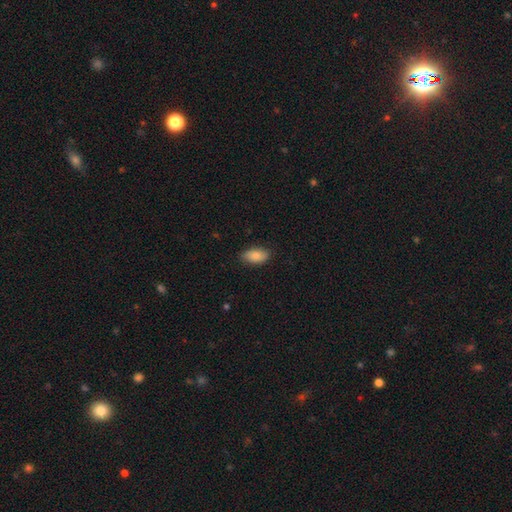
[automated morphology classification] A smooth galaxy with no disk features (85%) that is in between round and cigar-shaped (93%).

Vote fractions:
- Smooth or featured? smooth: 85% / featured or disk: 8% / star or artifact: 7%
- How rounded? in between: 93% / round: 4% / cigar-shaped: 3%
- Merging? none: 84% / minor disturbance: 13% / major disturbance: 2% / merger: 1%